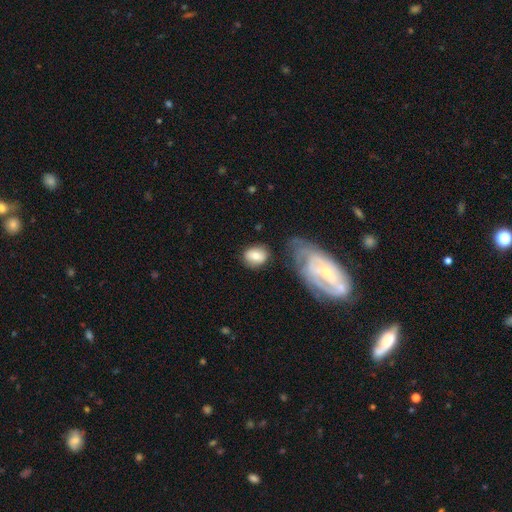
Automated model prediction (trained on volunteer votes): smooth-or-featured: smooth: 71% | featured or disk: 22% | star or artifact: 7%
  how-rounded: in between: 57% | round: 42% | cigar-shaped: 2%
  merging: none: 69% | minor disturbance: 16% | merger: 8% | major disturbance: 7%